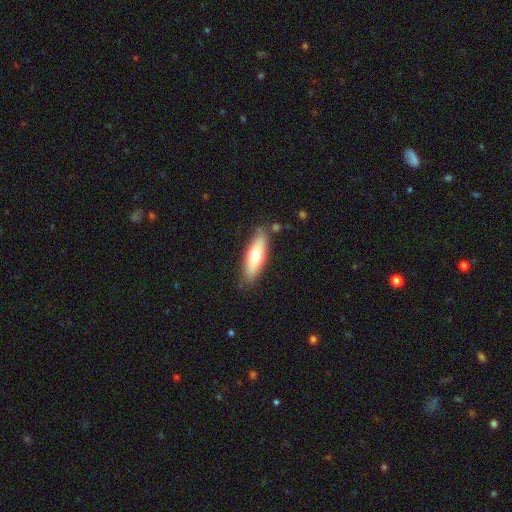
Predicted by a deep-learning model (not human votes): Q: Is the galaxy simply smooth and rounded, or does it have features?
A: smooth — 62%.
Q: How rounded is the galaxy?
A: in between — 49%, tied with cigar-shaped.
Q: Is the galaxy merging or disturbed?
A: none — 80%.